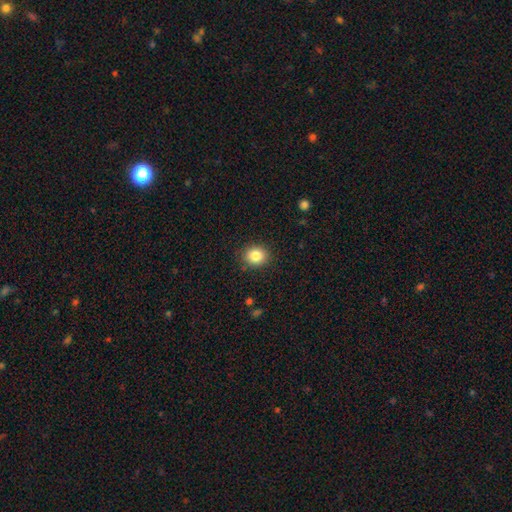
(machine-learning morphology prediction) This is clearly a smooth galaxy (84%). How rounded: likely round (75%). Merging: clearly none (89%).